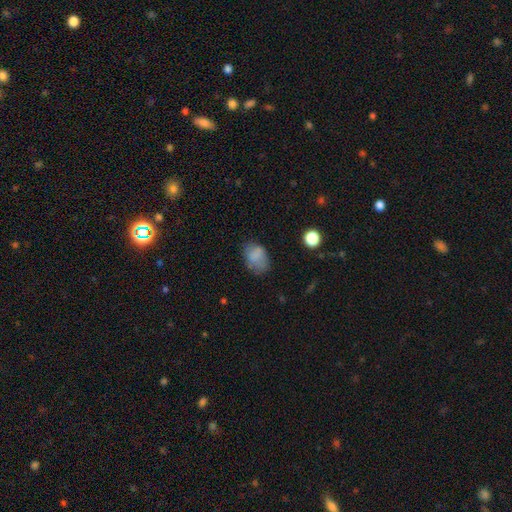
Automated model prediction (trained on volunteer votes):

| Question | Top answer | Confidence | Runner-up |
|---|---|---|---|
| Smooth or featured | smooth | 79% | star or artifact (11%) |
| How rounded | in between | 73% | round (26%) |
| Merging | none | 60% | minor disturbance (27%) |